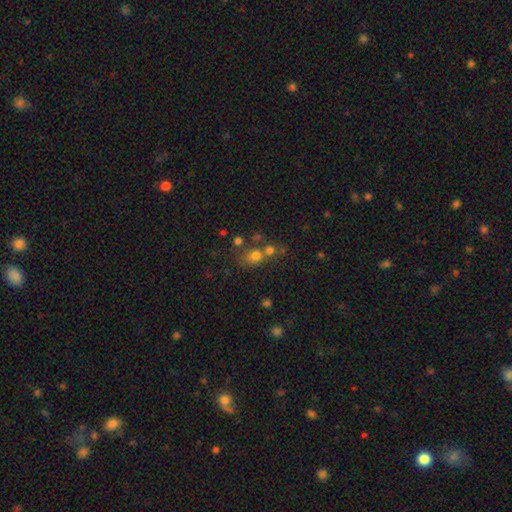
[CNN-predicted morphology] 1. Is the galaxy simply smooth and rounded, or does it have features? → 69% smooth, 19% star or artifact, 12% featured or disk.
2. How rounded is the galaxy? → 69% round, 29% in between, 1% cigar-shaped.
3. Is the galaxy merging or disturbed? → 46% none, 38% merger, 10% minor disturbance, 6% major disturbance.